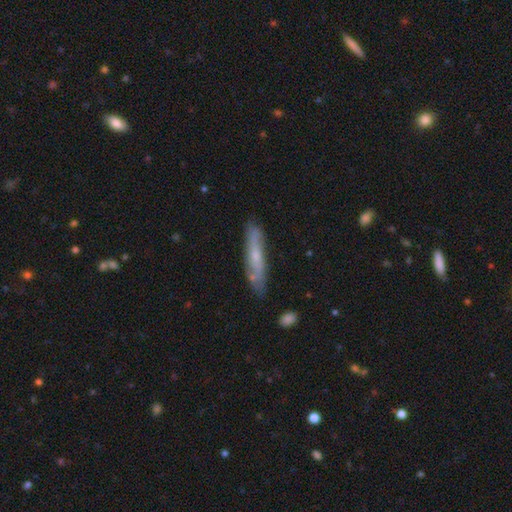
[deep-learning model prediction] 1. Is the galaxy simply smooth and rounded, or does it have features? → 52% featured or disk, 42% smooth, 6% star or artifact.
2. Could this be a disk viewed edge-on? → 65% yes, 35% no.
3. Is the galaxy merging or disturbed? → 76% none, 18% minor disturbance, 3% major disturbance, 3% merger.